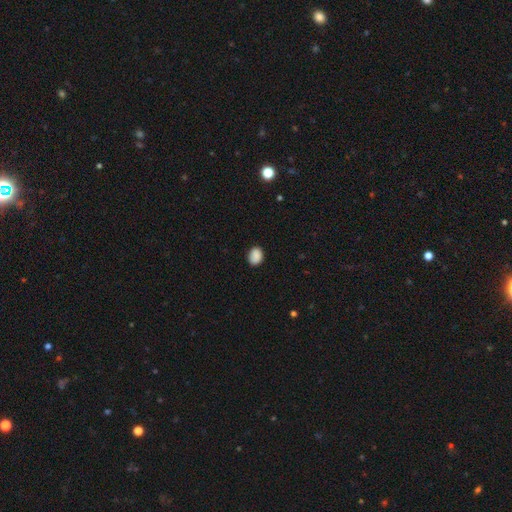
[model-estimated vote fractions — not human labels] This appears to be a smooth galaxy with no disk features (88%) that is in between round and cigar-shaped (63%). Merging: none (85%).